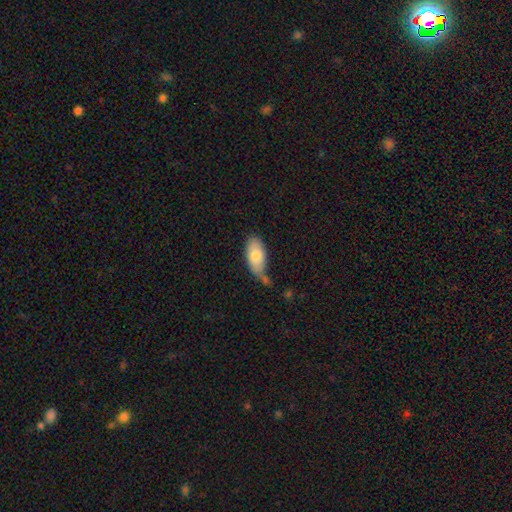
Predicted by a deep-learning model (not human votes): smooth 78%, featured or disk 16%, star or artifact 6%. Down the decision tree: how rounded — in between (92%); merging — none (44%).